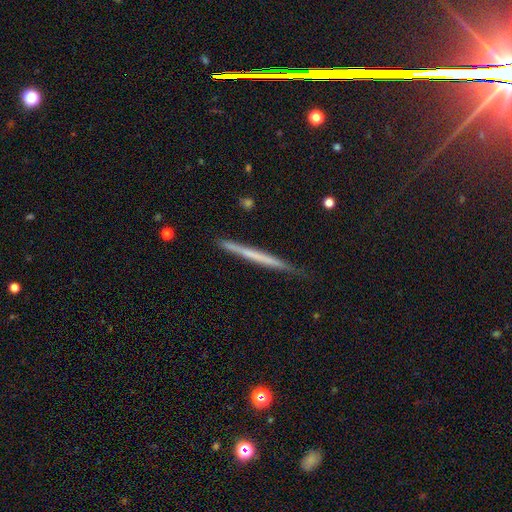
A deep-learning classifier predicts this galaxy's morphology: Overall: featured or disk (49%; smooth 44%). Merging: none (86%).